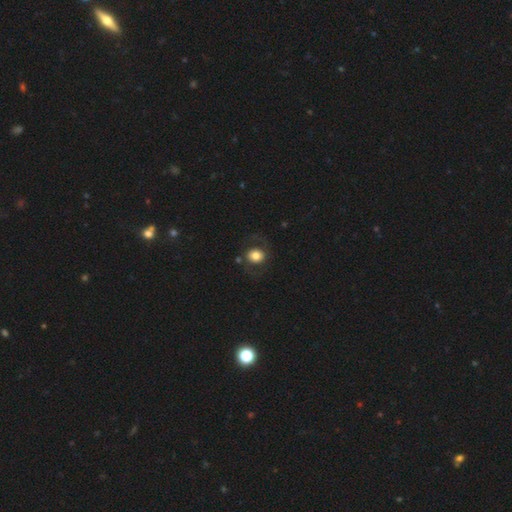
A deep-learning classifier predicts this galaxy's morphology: The model was most divided on "smooth or featured": smooth: 65%, featured or disk: 27%, star or artifact: 8%. More confident: merging — none (74%); how rounded — round (72%).